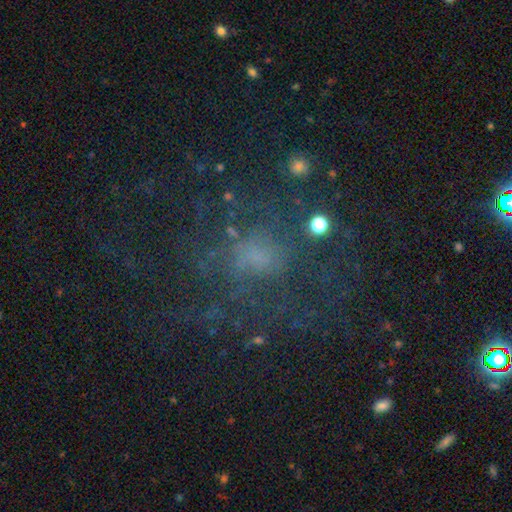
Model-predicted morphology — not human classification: Smooth or featured?
  - featured or disk: 45% *
  - smooth: 28%
  - star or artifact: 27%
Merging?
  - none: 57% *
  - major disturbance: 23%
  - minor disturbance: 17%
  - merger: 3%